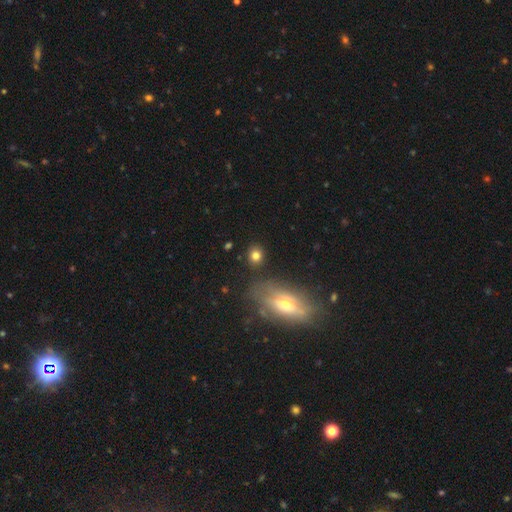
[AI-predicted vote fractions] smooth-or-featured: smooth: 79% | star or artifact: 11% | featured or disk: 10%
  how-rounded: round: 67% | in between: 30% | cigar-shaped: 3%
  merging: none: 83% | minor disturbance: 9% | merger: 4% | major disturbance: 4%